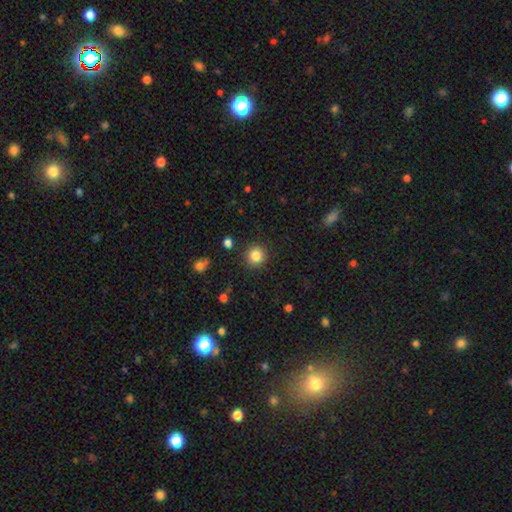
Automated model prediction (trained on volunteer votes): Smooth or featured? smooth (84%)
How rounded? round (93%)
Merging? none (89%)